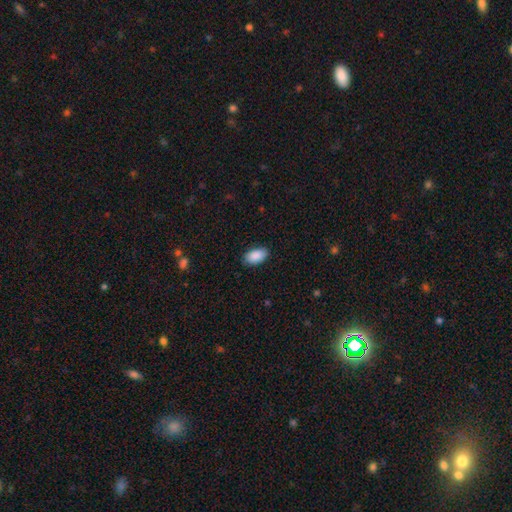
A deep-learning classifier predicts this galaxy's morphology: This is clearly a smooth galaxy (90%). How rounded: clearly in between (94%). Merging: clearly none (86%).